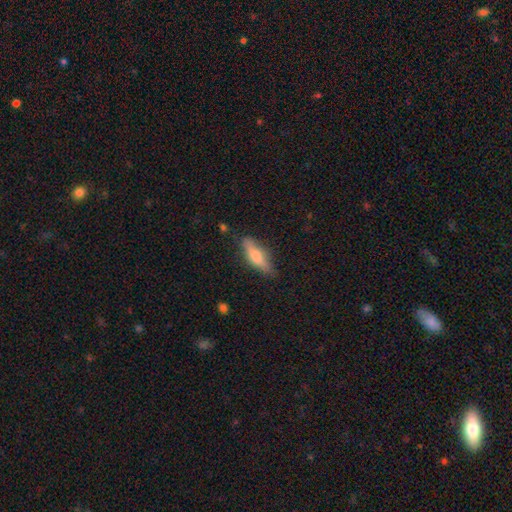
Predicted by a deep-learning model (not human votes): smooth 59%, featured or disk 34%, star or artifact 7%. Down the decision tree: how rounded — cigar-shaped (54%); merging — none (77%).